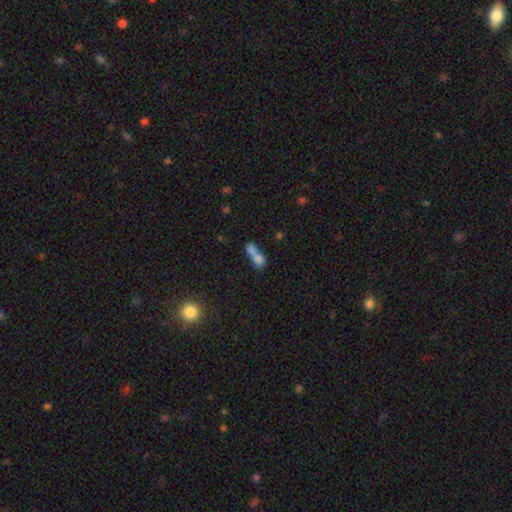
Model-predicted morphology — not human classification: type=smooth (73%); roundness=in between (63%); merging=merger (74%).